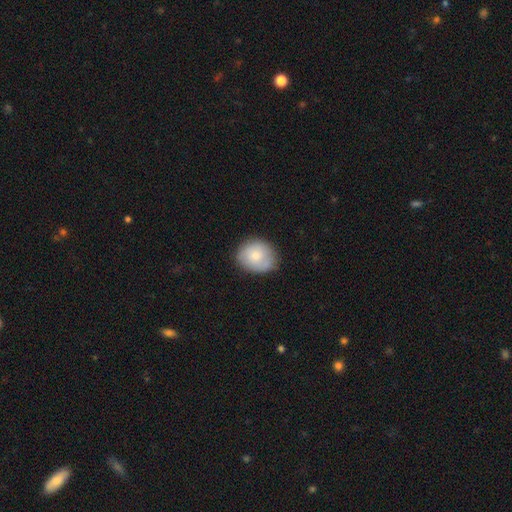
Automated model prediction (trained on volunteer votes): smooth_or_featured: smooth (p=0.72) [alt: featured or disk p=0.21]
how_rounded: round (p=0.67) [alt: in between p=0.32]
merging: none (p=0.72) [alt: minor disturbance p=0.22]